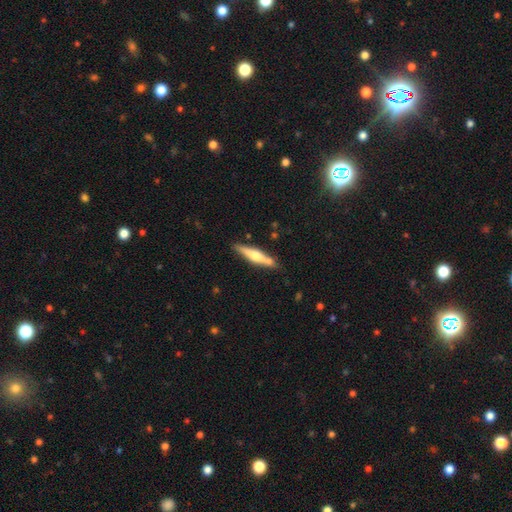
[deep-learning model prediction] Smooth or featured? Predicted: featured or disk (p=0.51). Edge-on disk? Predicted: yes (p=0.95). Merging? Predicted: none (p=0.78).